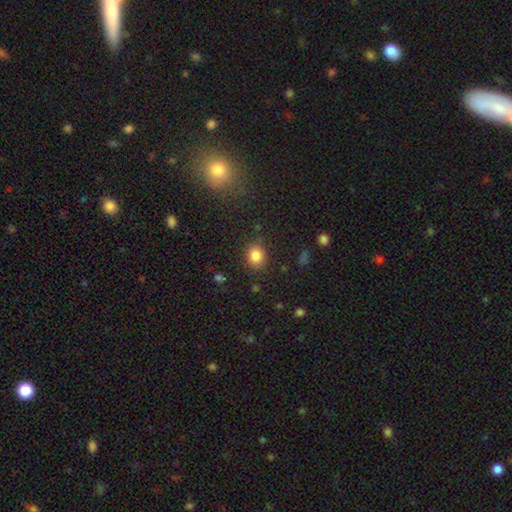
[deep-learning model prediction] A smooth galaxy with no disk features (84%) that is round (68%). Merging: none (83%).